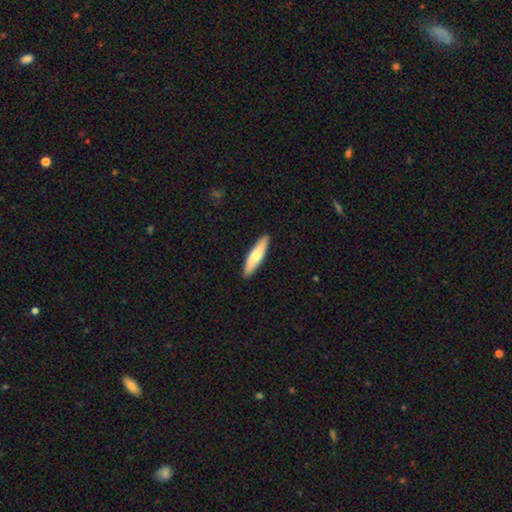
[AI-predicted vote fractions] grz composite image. It shows a smooth galaxy with no disk features (64%) that is cigar-shaped (72%). Merging: none (91%).